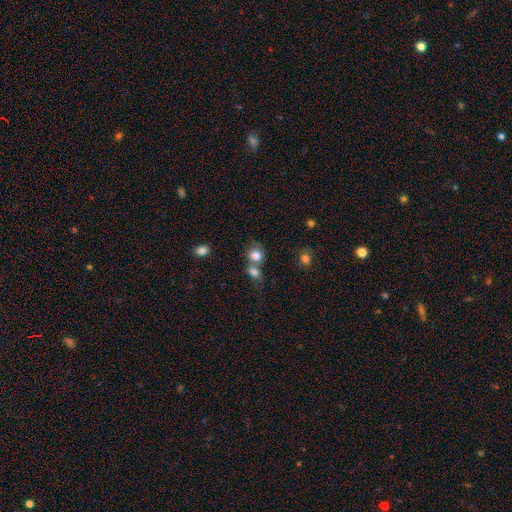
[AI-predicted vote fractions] Smooth or featured: smooth — 81% (star or artifact — 10%)
How rounded: round — 72% (in between — 26%)
Merging: merger — 52% (none — 35%)